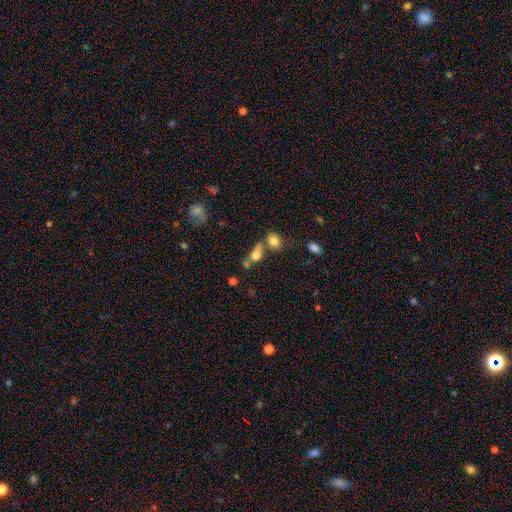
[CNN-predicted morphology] Q: Smooth or featured?
A: smooth (70%); runner-up: featured or disk (17%)
Q: How rounded?
A: in between (57%); runner-up: round (33%)
Q: Merging?
A: merger (42%); runner-up: none (38%)